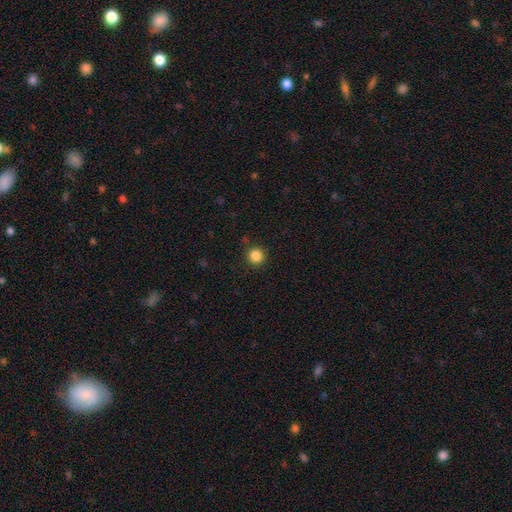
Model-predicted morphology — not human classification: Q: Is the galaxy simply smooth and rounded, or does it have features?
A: smooth — 85%.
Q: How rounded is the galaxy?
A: round — 95%.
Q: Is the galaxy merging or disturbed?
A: none — 90%.